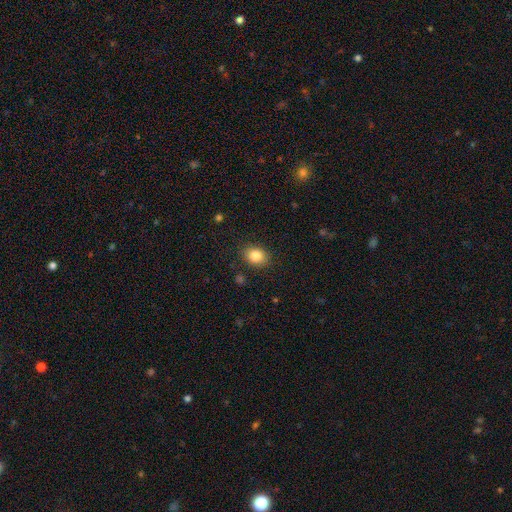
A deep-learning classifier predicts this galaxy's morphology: A smooth galaxy with no disk features (84%) that is in between round and cigar-shaped (53%). Merging: none (87%).